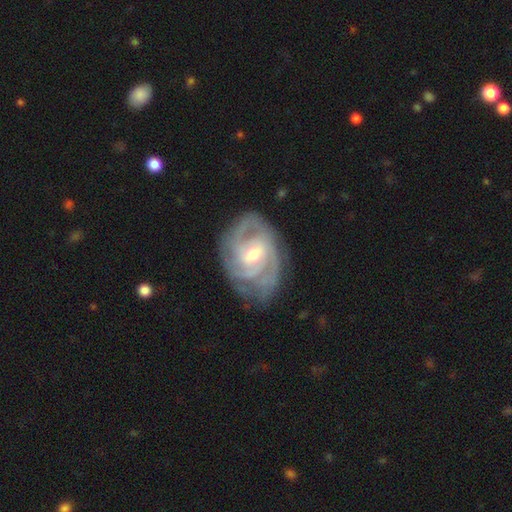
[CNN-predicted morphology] Smooth or featured: featured or disk — 88% (smooth — 7%)
Edge-on disk: no — 97% (yes — 3%)
Bar: weak — 43% (no — 42%)
Spiral arms: yes — 97% (no — 3%)
Spiral winding: tight — 67% (medium — 28%)
Spiral arm count: 3 — 34% (can't tell — 21%)
Bulge size: moderate — 55% (small — 41%)
Merging: none — 75% (minor disturbance — 18%)